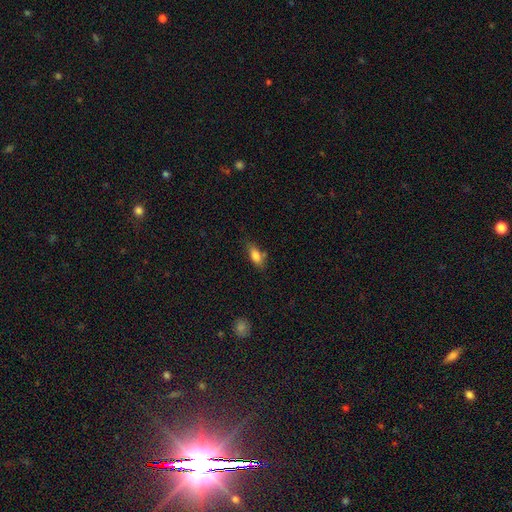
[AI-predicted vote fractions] Overall: smooth (82%). How rounded: in between (82%). Merging: none (64%).